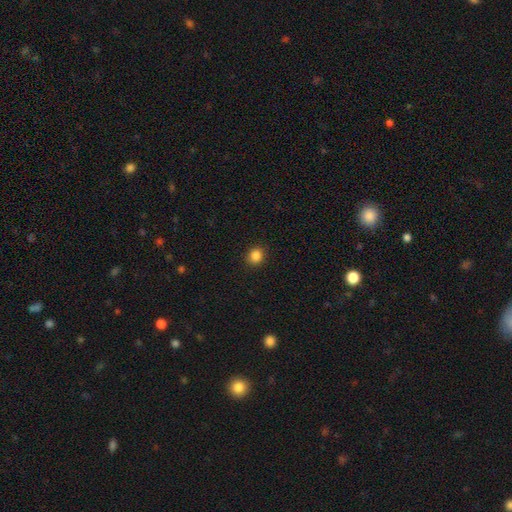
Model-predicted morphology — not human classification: Smooth or featured? smooth (85%)
How rounded? round (76%)
Merging? none (90%)